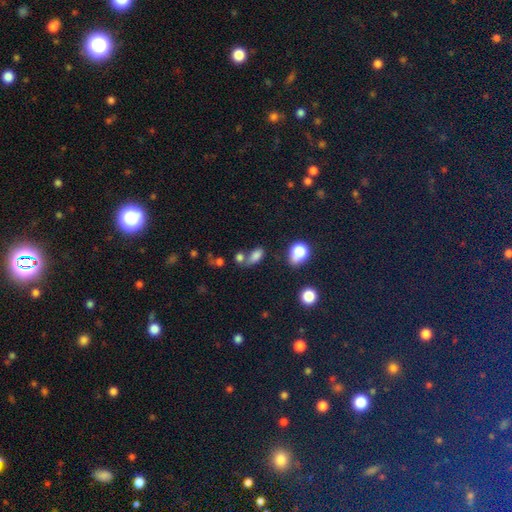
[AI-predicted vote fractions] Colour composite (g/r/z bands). It shows a smooth galaxy with no disk features (77%) that is in between round and cigar-shaped (81%). Merging: none (47%).